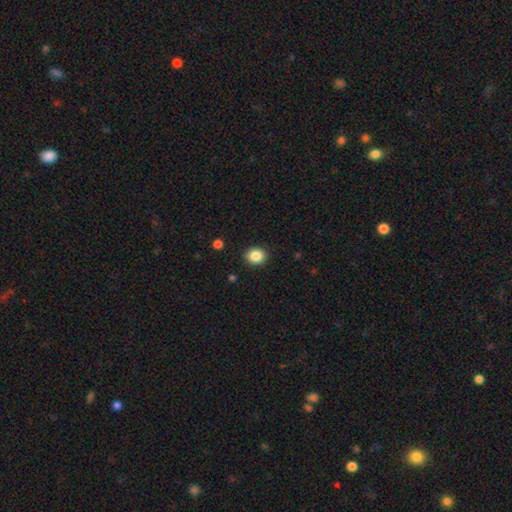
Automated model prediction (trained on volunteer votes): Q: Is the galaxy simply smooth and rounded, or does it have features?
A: smooth — 86%.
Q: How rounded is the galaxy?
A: round — 63%.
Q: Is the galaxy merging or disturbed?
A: none — 91%.